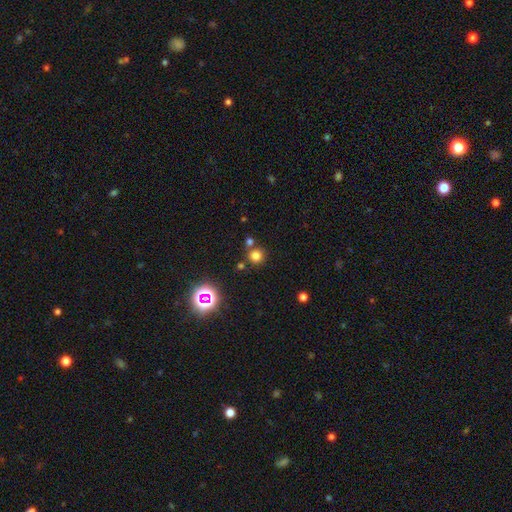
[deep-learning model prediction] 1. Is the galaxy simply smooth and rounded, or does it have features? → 73% smooth, 20% star or artifact, 7% featured or disk.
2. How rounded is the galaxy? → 92% round, 7% in between, 1% cigar-shaped.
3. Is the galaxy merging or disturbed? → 74% none, 15% merger, 7% minor disturbance, 3% major disturbance.